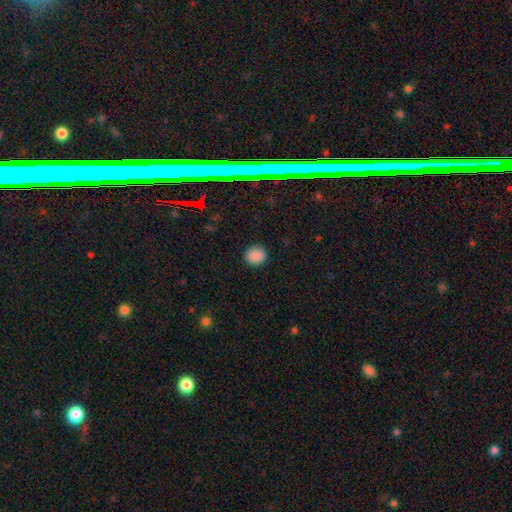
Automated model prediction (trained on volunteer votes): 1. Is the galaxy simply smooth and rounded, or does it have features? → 86% smooth, 11% star or artifact, 3% featured or disk.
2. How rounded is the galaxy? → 87% round, 12% in between, 1% cigar-shaped.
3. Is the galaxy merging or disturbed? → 90% none, 7% minor disturbance, 2% major disturbance, 1% merger.